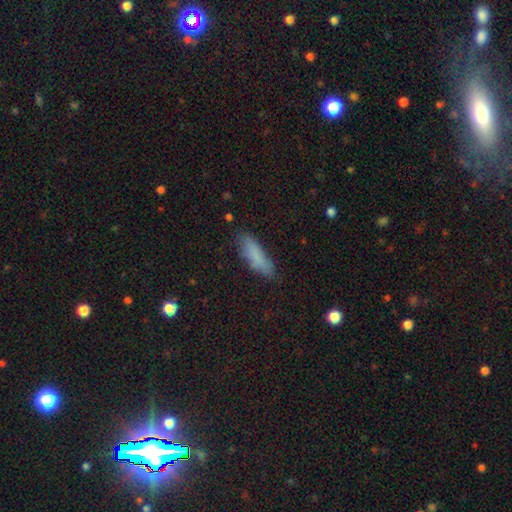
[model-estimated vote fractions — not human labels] Smooth or featured? smooth (82%)
How rounded? cigar-shaped (58%)
Merging? none (77%)